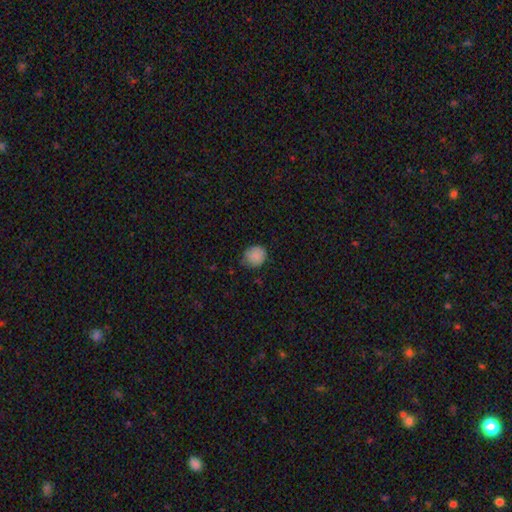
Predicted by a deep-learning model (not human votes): Smooth or featured? Predicted: smooth (p=0.85). How rounded? Predicted: round (p=0.84). Merging? Predicted: none (p=0.71).